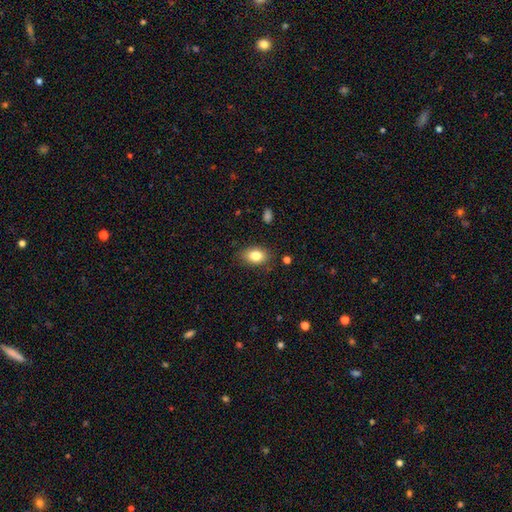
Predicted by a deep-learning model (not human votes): Morphology: type=smooth (83%); roundness=in between (84%); merging=none (83%).